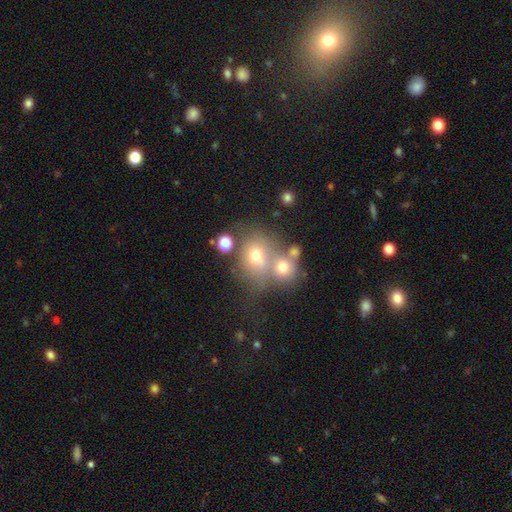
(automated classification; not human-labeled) Smooth or featured? smooth (62%)
How rounded? round (70%)
Merging? merger (48%)